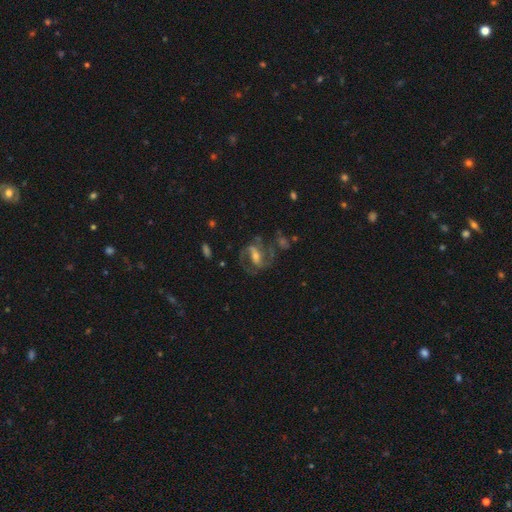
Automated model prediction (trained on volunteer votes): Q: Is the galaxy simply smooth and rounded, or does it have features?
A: featured or disk — 82%.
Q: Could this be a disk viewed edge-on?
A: no — 96%.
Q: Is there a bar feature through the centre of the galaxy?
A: strong — 40%, tied with weak.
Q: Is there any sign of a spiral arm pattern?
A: yes — 92%.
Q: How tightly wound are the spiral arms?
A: medium — 53%.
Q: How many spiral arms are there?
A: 2 — 73%.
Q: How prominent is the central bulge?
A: moderate — 51%.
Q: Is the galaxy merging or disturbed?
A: none — 60%.